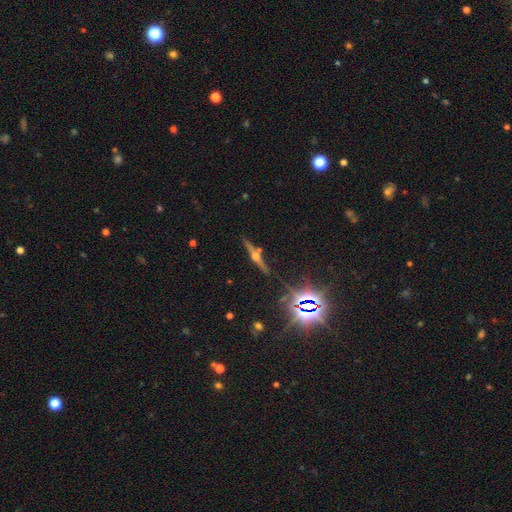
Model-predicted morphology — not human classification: smooth-or-featured: featured or disk: 70% | star or artifact: 15% | smooth: 15%
  disk-edge-on: yes: 97% | no: 3%
    edge-on-bulge: rounded: 93% | boxy: 4% | none: 3%
  merging: none: 82% | minor disturbance: 9% | merger: 6% | major disturbance: 3%